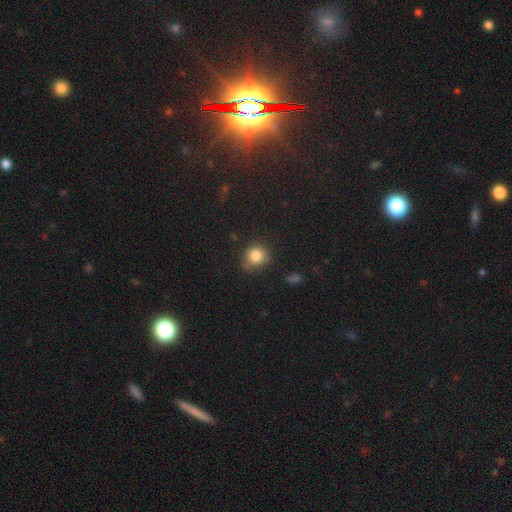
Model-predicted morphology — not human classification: Smooth or featured? smooth (83%)
How rounded? round (85%)
Merging? none (71%)